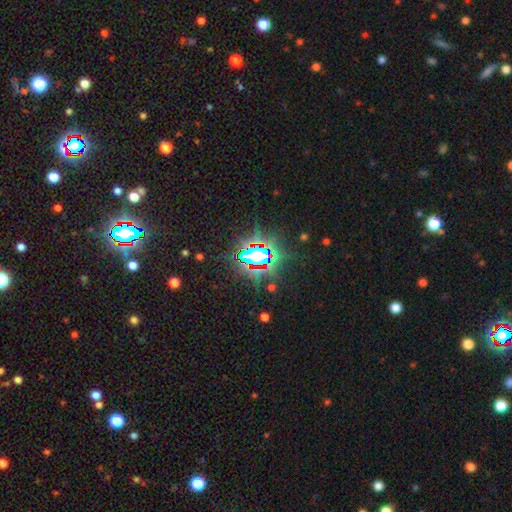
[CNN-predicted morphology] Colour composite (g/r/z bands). It shows a star or artifact, not a galaxy (77%).